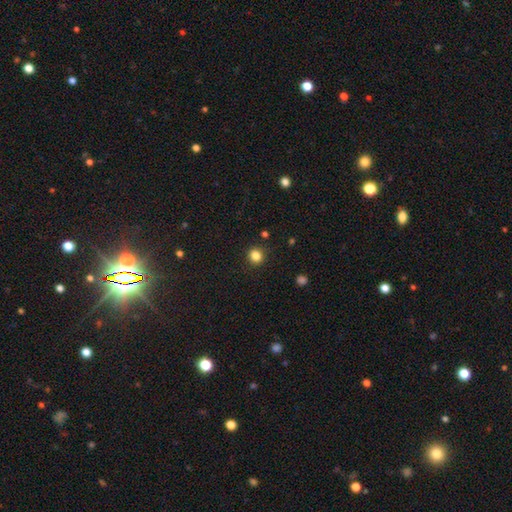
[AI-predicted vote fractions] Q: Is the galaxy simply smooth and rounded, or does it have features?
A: smooth — 83%.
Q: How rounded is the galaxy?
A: round — 90%.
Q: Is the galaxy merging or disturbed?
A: none — 90%.